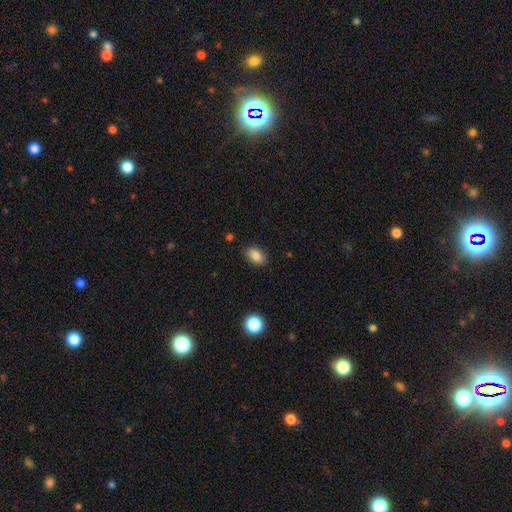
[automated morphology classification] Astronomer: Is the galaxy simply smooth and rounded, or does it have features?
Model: smooth — 85%.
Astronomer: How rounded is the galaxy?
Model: in between — 86%.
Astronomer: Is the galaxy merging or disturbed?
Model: none — 86%.